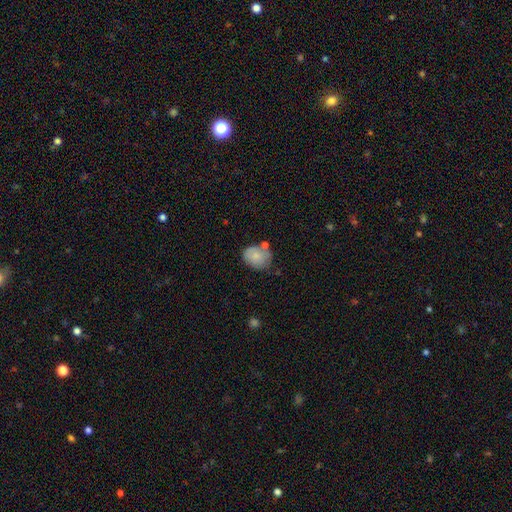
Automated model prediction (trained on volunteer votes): This is likely a smooth galaxy (77%). How rounded: possibly in between (51%). Merging: possibly none (56%).